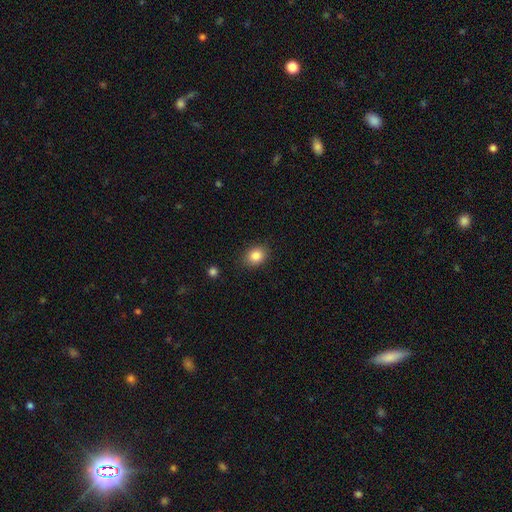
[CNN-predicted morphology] This appears to be a smooth galaxy with no disk features (85%) that is in between round and cigar-shaped (50%). Merging: none (86%).